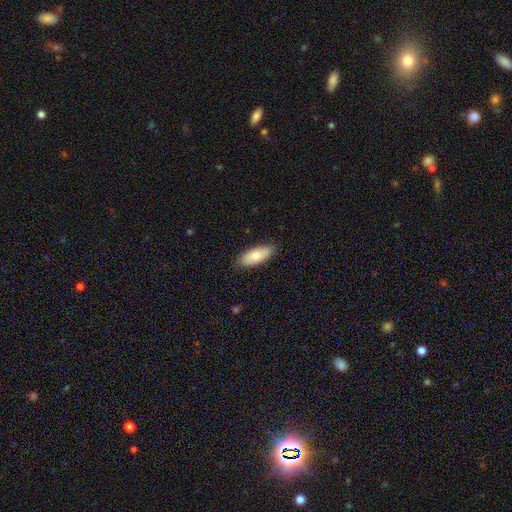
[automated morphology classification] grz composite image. It shows a smooth galaxy with no disk features (76%) that is in between round and cigar-shaped (83%). Merging: none (86%).